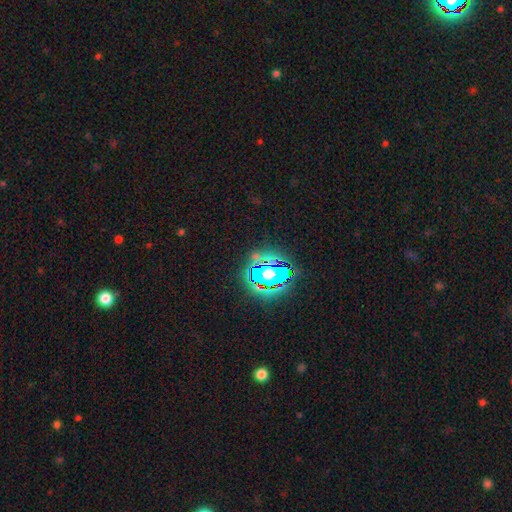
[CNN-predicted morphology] A star or artifact, not a galaxy (66%).

Vote fractions:
- Smooth or featured? star or artifact: 66% / smooth: 21% / featured or disk: 13%